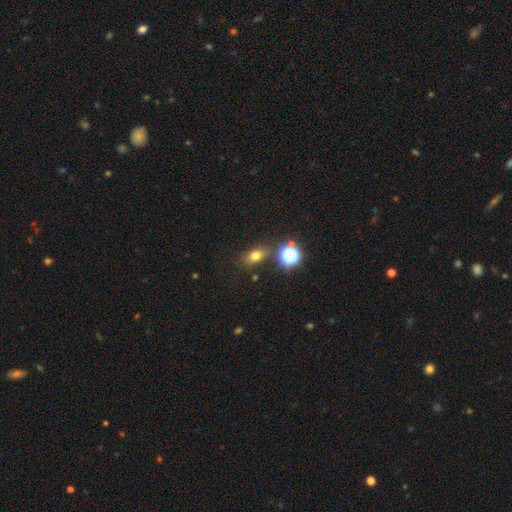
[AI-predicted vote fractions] Smooth or featured? smooth (70%)
How rounded? in between (67%)
Merging? none (78%)